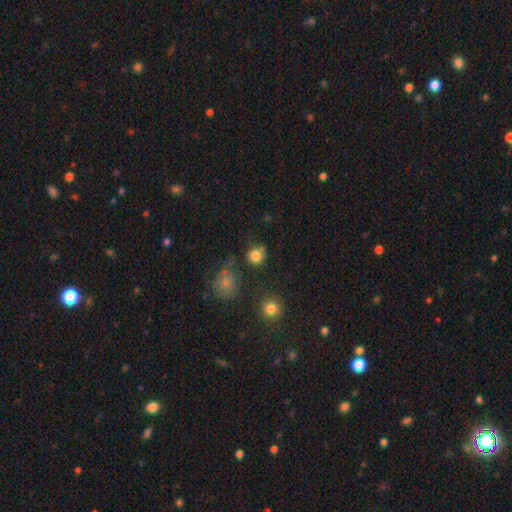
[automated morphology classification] A smooth galaxy with no disk features (82%) that is round (86%). Merging: none (65%).